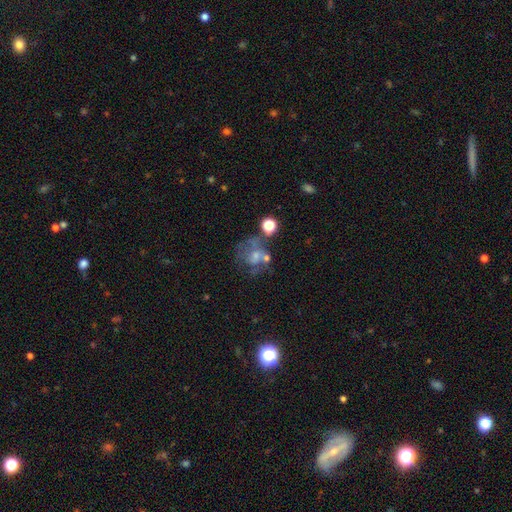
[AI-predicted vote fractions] Morphology: type=featured or disk (46%); merging=none (42%).